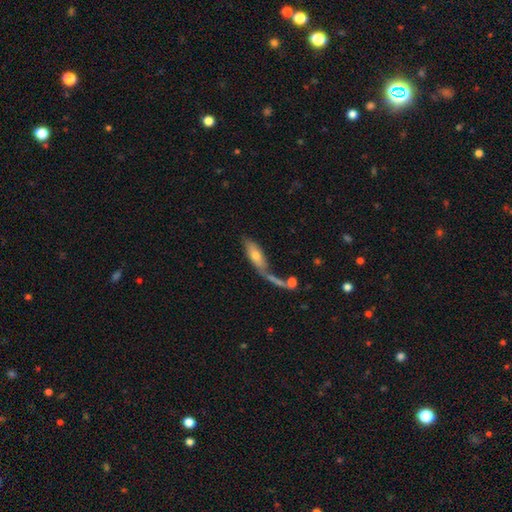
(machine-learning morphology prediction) Q: Smooth or featured?
A: smooth (55%); runner-up: featured or disk (38%)
Q: How rounded?
A: in between (58%); runner-up: cigar-shaped (38%)
Q: Merging?
A: merger (39%); runner-up: none (32%)